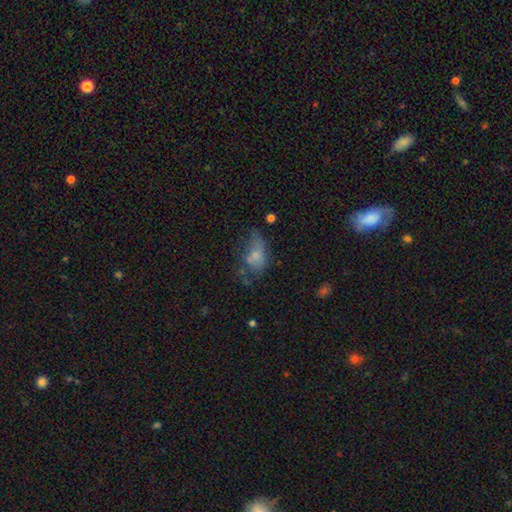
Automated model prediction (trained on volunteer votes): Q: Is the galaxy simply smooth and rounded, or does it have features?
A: smooth — 61%.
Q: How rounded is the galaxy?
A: in between — 85%.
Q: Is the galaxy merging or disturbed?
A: major disturbance — 37%.